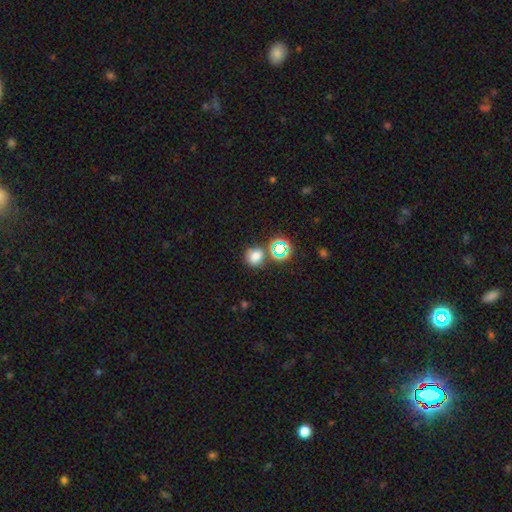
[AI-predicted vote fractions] A smooth galaxy with no disk features (67%) that is round (73%). Merging: none (67%).